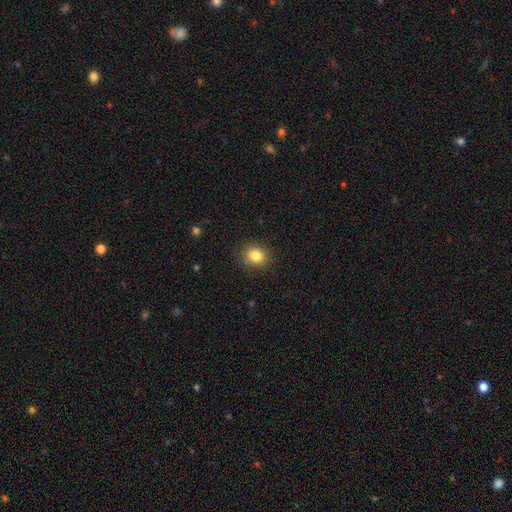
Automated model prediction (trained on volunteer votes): smooth-or-featured: smooth: 84% | star or artifact: 11% | featured or disk: 6%
  how-rounded: round: 71% | in between: 28% | cigar-shaped: 1%
  merging: none: 87% | minor disturbance: 9% | major disturbance: 3% | merger: 1%